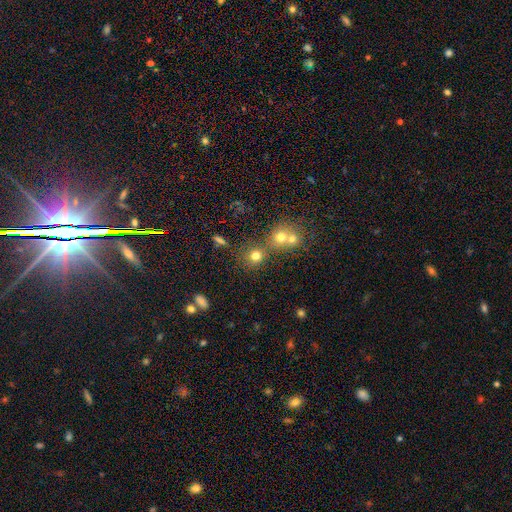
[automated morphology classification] Smooth or featured? smooth (72%)
How rounded? round (86%)
Merging? none (59%)